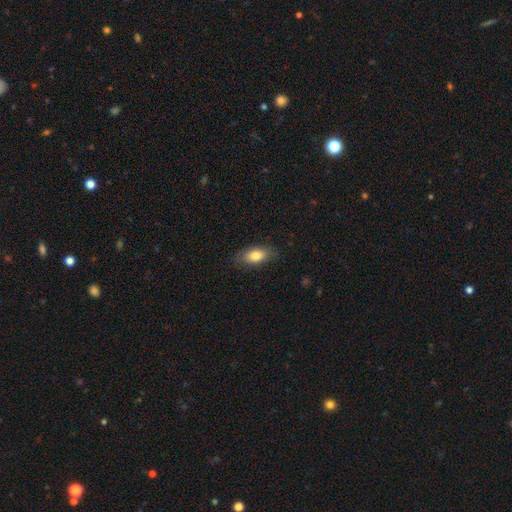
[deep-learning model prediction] Overall: smooth (81%). How rounded: in between (87%). Merging: none (83%).